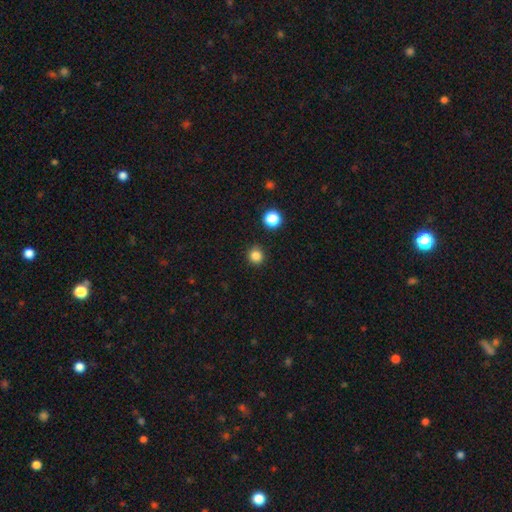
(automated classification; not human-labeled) This is clearly a smooth galaxy (84%). How rounded: clearly round (92%). Merging: clearly none (90%).